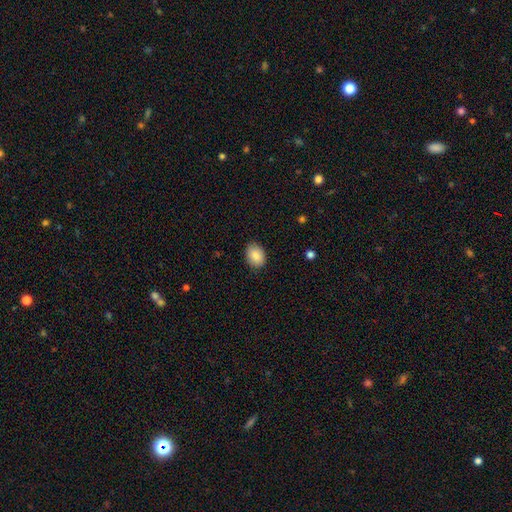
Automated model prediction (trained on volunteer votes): Smooth or featured? Predicted: smooth (p=0.86). How rounded? Predicted: in between (p=0.65). Merging? Predicted: none (p=0.85).